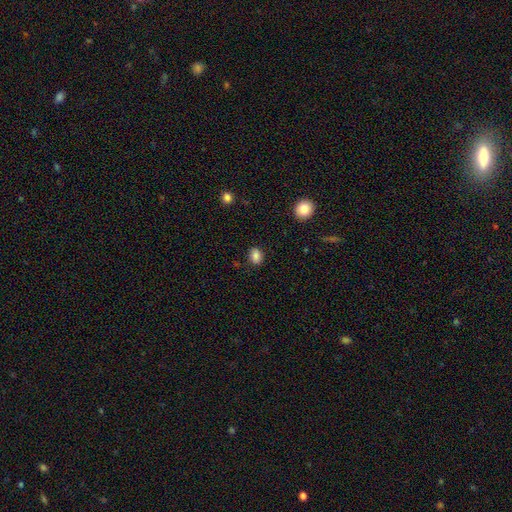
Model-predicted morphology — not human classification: A smooth galaxy with no disk features (84%) that is in between round and cigar-shaped (59%). Merging: none (86%).